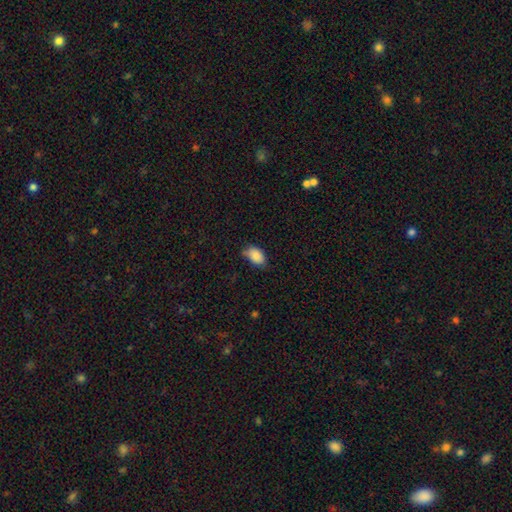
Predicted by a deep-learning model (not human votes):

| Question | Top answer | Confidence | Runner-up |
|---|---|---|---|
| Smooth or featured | smooth | 88% | star or artifact (7%) |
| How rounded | in between | 91% | round (8%) |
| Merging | none | 62% | minor disturbance (31%) |